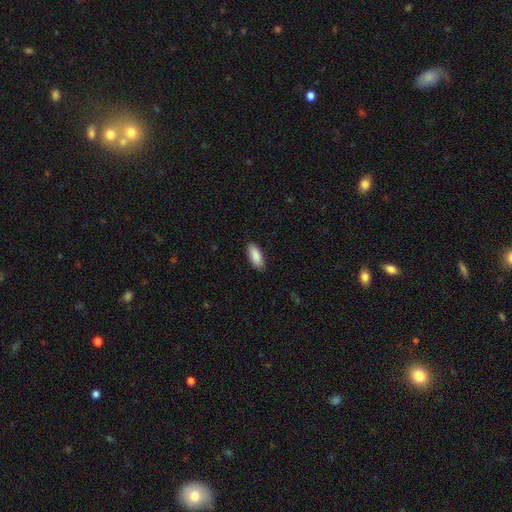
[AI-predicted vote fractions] Morphology: type=smooth (90%); roundness=in between (85%); merging=none (87%).